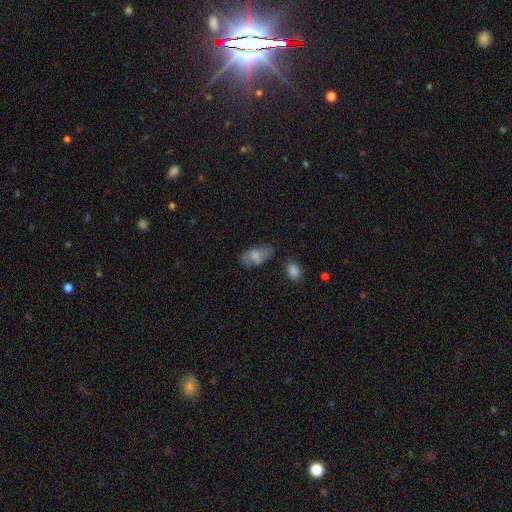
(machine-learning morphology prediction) This is likely a smooth galaxy (71%). How rounded: clearly in between (92%). Merging: possibly none (54%).